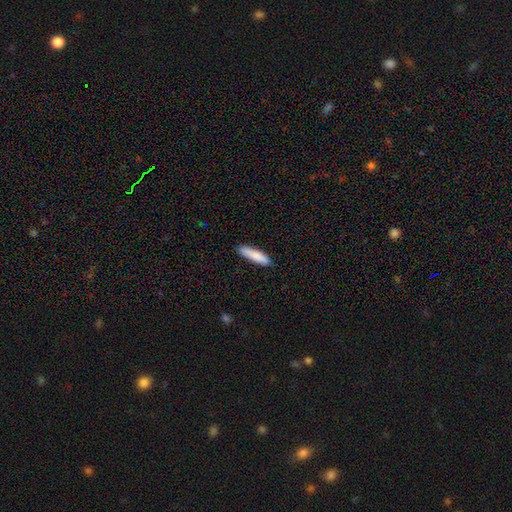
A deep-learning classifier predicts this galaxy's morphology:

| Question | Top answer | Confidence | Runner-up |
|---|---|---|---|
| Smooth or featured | smooth | 85% | featured or disk (9%) |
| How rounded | cigar-shaped | 78% | in between (21%) |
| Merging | none | 86% | minor disturbance (11%) |